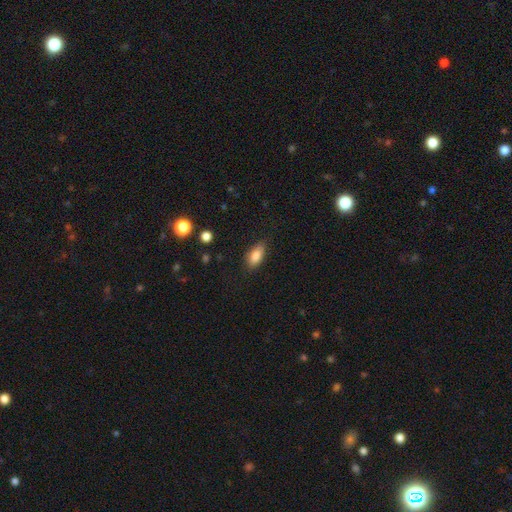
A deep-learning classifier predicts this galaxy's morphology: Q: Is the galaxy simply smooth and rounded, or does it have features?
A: smooth — 83%.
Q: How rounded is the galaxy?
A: in between — 85%.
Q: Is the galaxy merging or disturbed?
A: none — 77%.